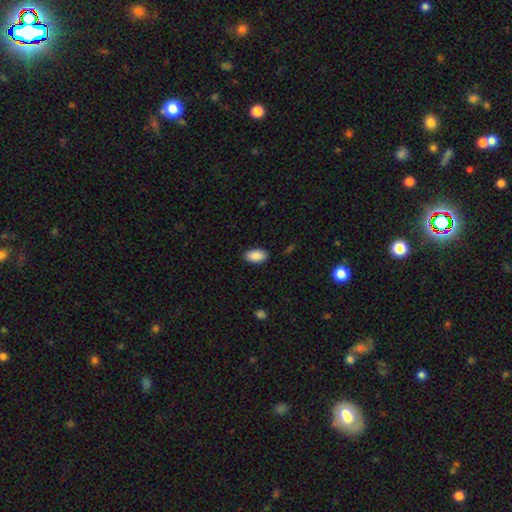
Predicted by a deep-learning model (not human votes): The model was most divided on "merging": none: 88%, minor disturbance: 9%, major disturbance: 2%, merger: 1%. More confident: how rounded — in between (95%); smooth or featured — smooth (90%).